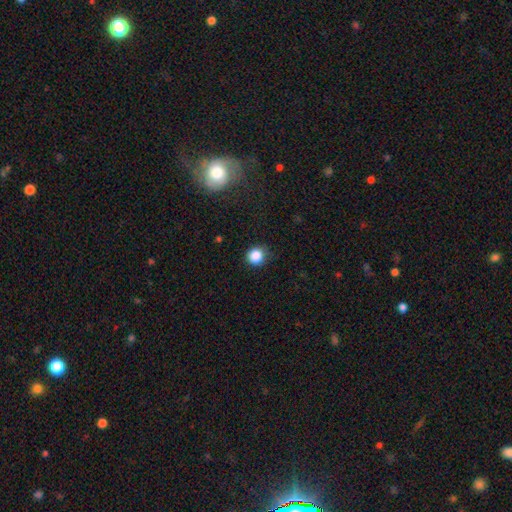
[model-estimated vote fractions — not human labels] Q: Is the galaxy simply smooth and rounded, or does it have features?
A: smooth — 86%.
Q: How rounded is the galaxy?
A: round — 90%.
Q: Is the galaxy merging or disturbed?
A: none — 82%.